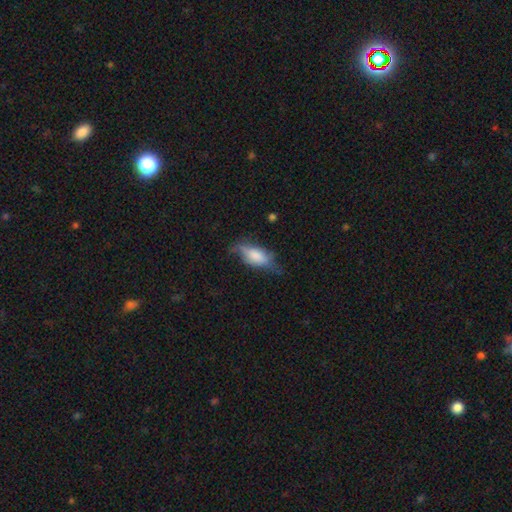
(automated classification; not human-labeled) Smooth or featured? smooth (61%)
How rounded? in between (76%)
Merging? none (48%)